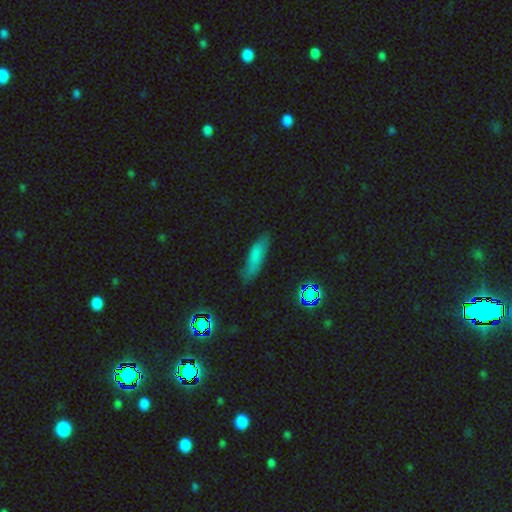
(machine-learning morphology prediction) smooth_or_featured: smooth (p=0.73) [alt: featured or disk p=0.15]
how_rounded: cigar-shaped (p=0.56) [alt: in between p=0.42]
merging: none (p=0.74) [alt: minor disturbance p=0.20]